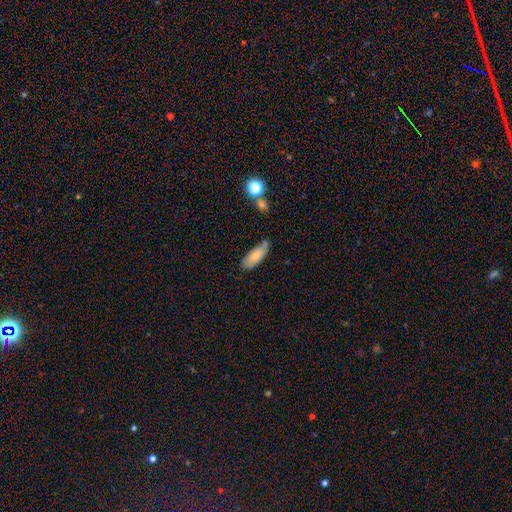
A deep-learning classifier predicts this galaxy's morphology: This appears to be a smooth galaxy with no disk features (76%) that is in between round and cigar-shaped (75%). Merging: none (60%).